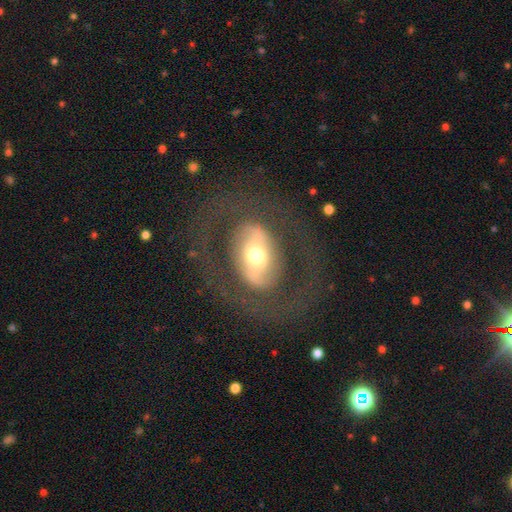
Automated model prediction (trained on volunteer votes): Smooth or featured?
  - featured or disk: 65% *
  - smooth: 28%
  - star or artifact: 7%
Edge-on disk?
  - no: 92% *
  - yes: 8%
Bar?
  - no: 38% *
  - strong: 35%
  - weak: 26%
Spiral arms?
  - no: 59% *
  - yes: 41%
Bulge size?
  - moderate: 60% *
  - small: 19%
  - large: 17%
  - dominant: 3%
  - none: 1%
Merging?
  - none: 72% *
  - major disturbance: 15%
  - minor disturbance: 11%
  - merger: 1%